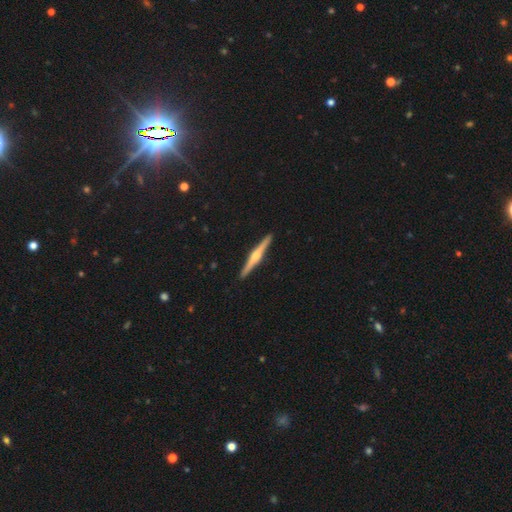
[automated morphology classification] Q: Smooth or featured?
A: featured or disk (75%); runner-up: smooth (20%)
Q: Edge-on disk?
A: yes (98%); runner-up: no (2%)
Q: Edge-on bulge?
A: rounded (84%); runner-up: boxy (9%)
Q: Merging?
A: none (92%); runner-up: minor disturbance (5%)